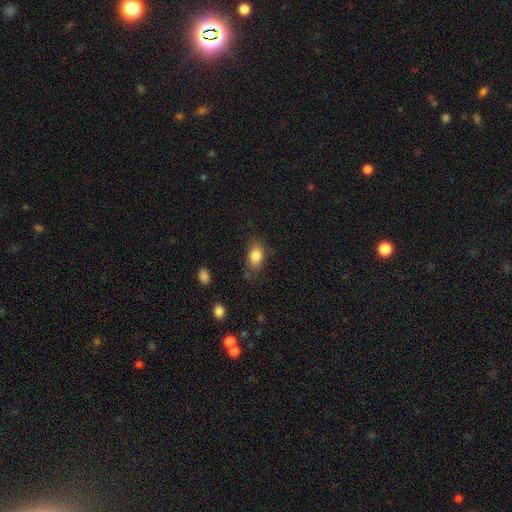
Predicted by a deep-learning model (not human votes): A smooth galaxy with no disk features (83%) that is in between round and cigar-shaped (86%).

Vote fractions:
- Smooth or featured? smooth: 83% / featured or disk: 9% / star or artifact: 8%
- How rounded? in between: 86% / round: 12% / cigar-shaped: 2%
- Merging? none: 74% / minor disturbance: 19% / major disturbance: 5% / merger: 2%